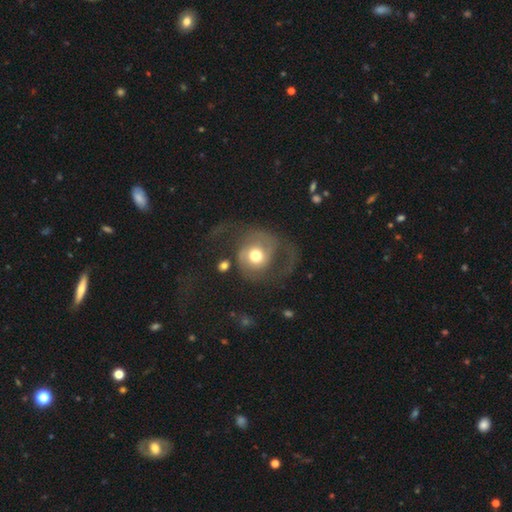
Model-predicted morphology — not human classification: Smooth or featured?
  - featured or disk: 65% *
  - smooth: 28%
  - star or artifact: 7%
Edge-on disk?
  - no: 97% *
  - yes: 3%
Bar?
  - no: 74% *
  - weak: 21%
  - strong: 5%
Spiral arms?
  - yes: 81% *
  - no: 19%
Spiral winding?
  - loose: 46% *
  - medium: 40%
  - tight: 14%
Spiral arm count?
  - 2: 71% *
  - 1: 17%
  - can't tell: 7%
  - 3: 2%
  - 4: 1%
  - more than 4: 1%
Bulge size?
  - moderate: 67% *
  - large: 21%
  - small: 8%
  - dominant: 3%
  - none: 1%
Merging?
  - major disturbance: 46% *
  - none: 34%
  - minor disturbance: 15%
  - merger: 5%